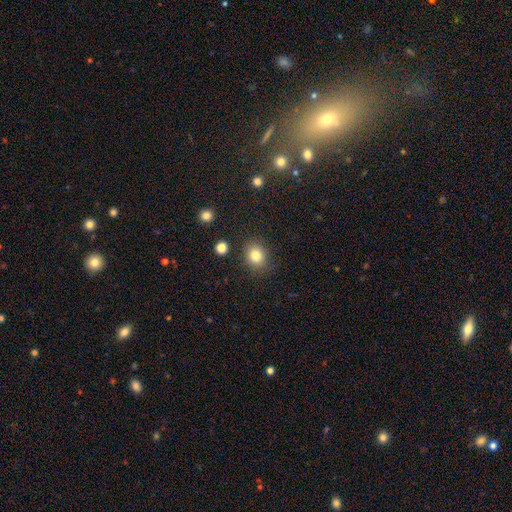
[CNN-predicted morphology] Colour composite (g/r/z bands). It shows a smooth galaxy with no disk features (82%) that is round (63%). Merging: none (84%).